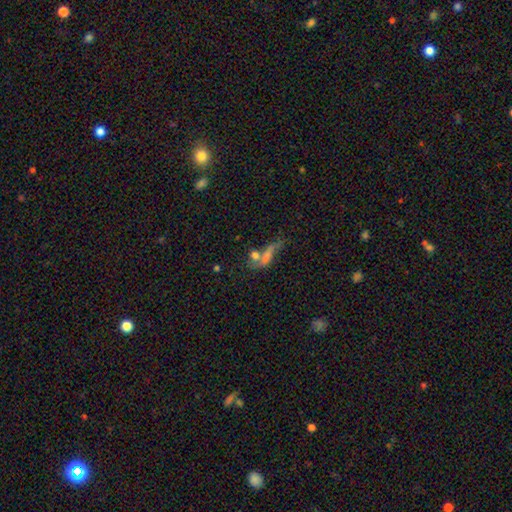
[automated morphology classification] type=smooth (61%); roundness=in between (44%); merging=merger (36%).